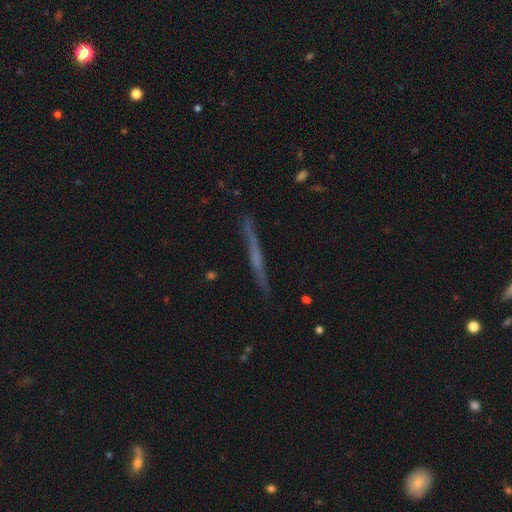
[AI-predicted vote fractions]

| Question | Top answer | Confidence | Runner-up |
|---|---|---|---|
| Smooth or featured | featured or disk | 64% | smooth (28%) |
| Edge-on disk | yes | 96% | no (4%) |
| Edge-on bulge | none | 65% | rounded (25%) |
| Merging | none | 87% | minor disturbance (9%) |